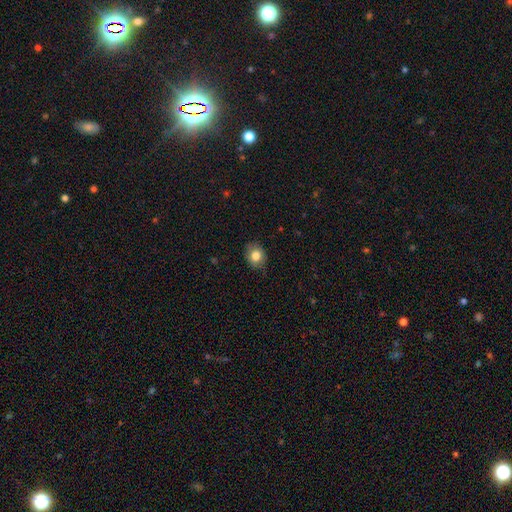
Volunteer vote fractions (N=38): Overall: smooth (84%). How rounded: round (69%; in between 31%). Merging: none (86%).